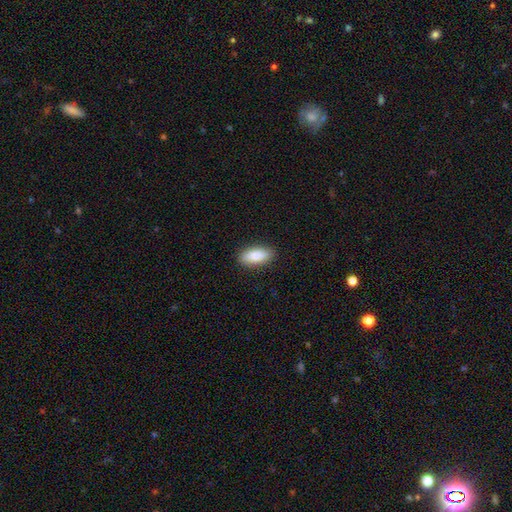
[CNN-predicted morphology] A smooth galaxy with no disk features (85%) that is in between round and cigar-shaped (86%). Merging: none (89%).